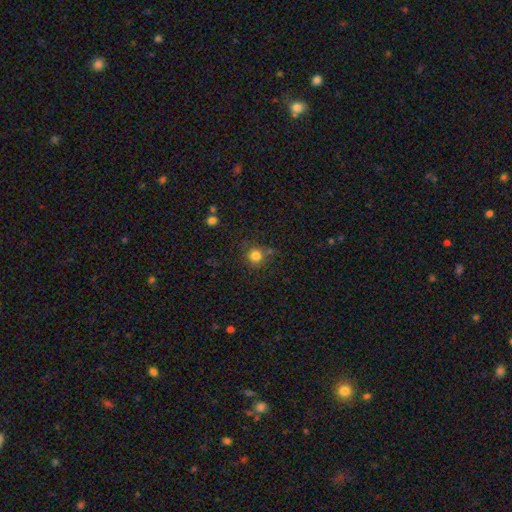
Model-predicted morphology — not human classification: This is clearly a smooth galaxy (82%). How rounded: clearly round (93%). Merging: likely none (77%).